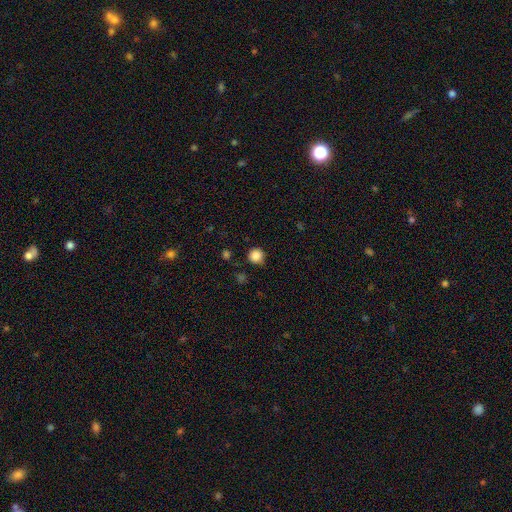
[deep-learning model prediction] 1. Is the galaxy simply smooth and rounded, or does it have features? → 86% smooth, 11% star or artifact, 3% featured or disk.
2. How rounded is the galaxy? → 94% round, 5% in between, 1% cigar-shaped.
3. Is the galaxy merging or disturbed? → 84% none, 11% minor disturbance, 3% major disturbance, 2% merger.